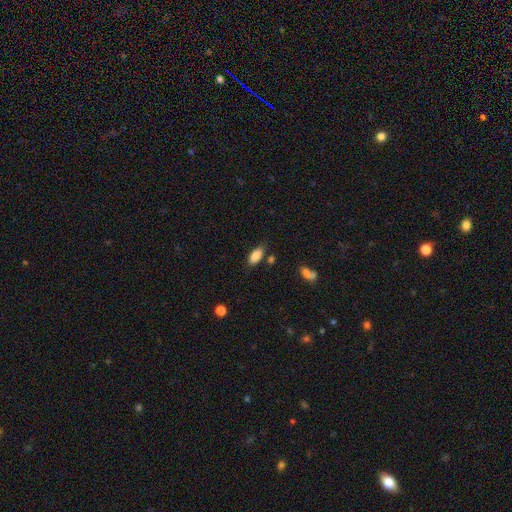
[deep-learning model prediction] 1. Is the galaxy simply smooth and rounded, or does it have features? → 86% smooth, 7% star or artifact, 7% featured or disk.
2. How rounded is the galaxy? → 89% in between, 9% cigar-shaped, 2% round.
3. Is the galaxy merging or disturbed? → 77% none, 15% minor disturbance, 5% merger, 3% major disturbance.